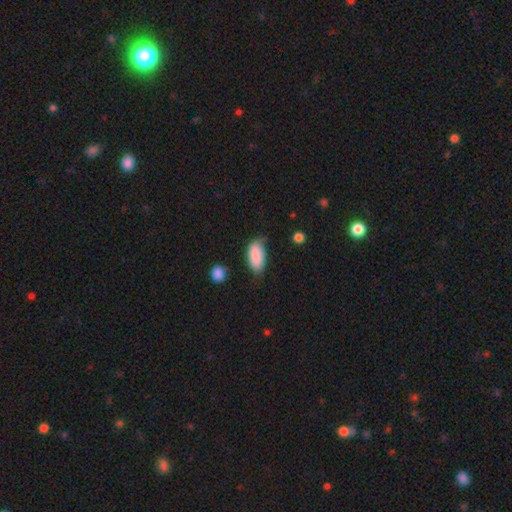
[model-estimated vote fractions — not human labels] Smooth or featured: smooth — 87% (featured or disk — 6%)
How rounded: in between — 93% (cigar-shaped — 4%)
Merging: none — 63% (minor disturbance — 29%)